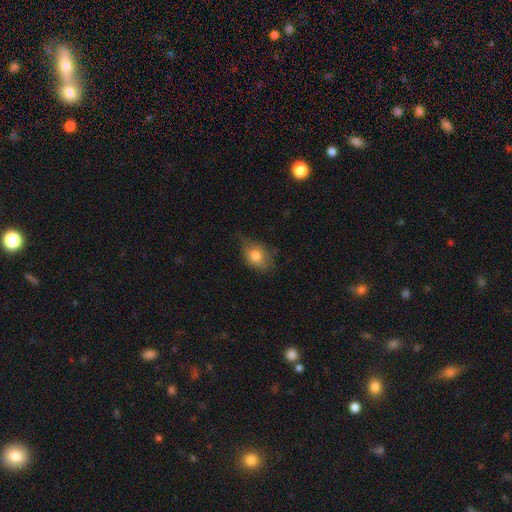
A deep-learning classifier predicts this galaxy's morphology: Smooth or featured: smooth — 77% (featured or disk — 14%)
How rounded: in between — 67% (round — 31%)
Merging: none — 53% (minor disturbance — 35%)